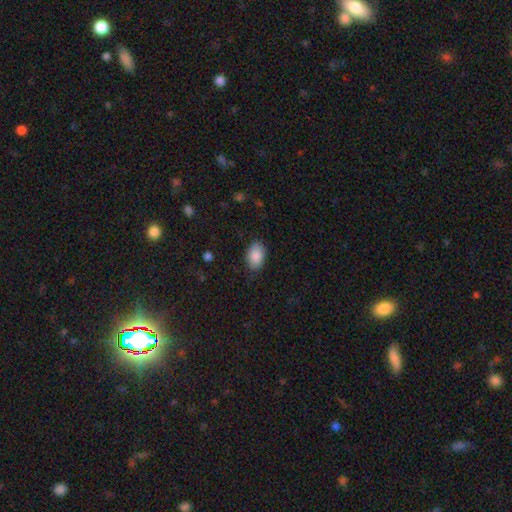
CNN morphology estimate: Smooth or featured? smooth (88%)
How rounded? in between (88%)
Merging? none (83%)